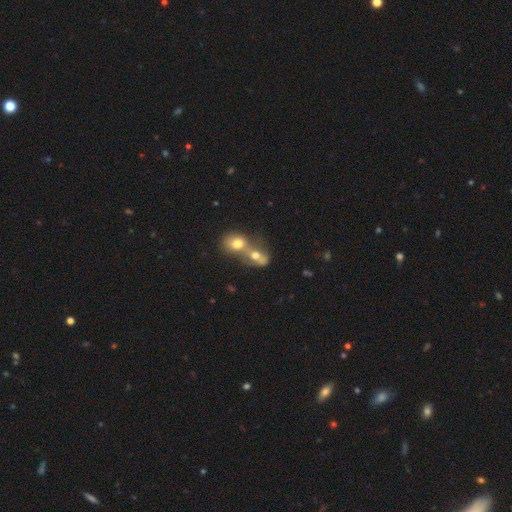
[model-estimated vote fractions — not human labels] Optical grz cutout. It shows a smooth galaxy with no disk features (65%) that is in between round and cigar-shaped (55%). Merging: merger (81%).